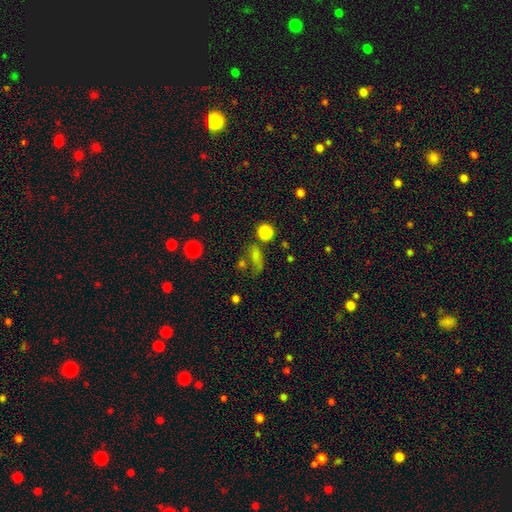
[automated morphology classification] Smooth or featured: smooth — 53% (star or artifact — 29%)
How rounded: in between — 51% (round — 38%)
Merging: none — 48% (major disturbance — 19%)